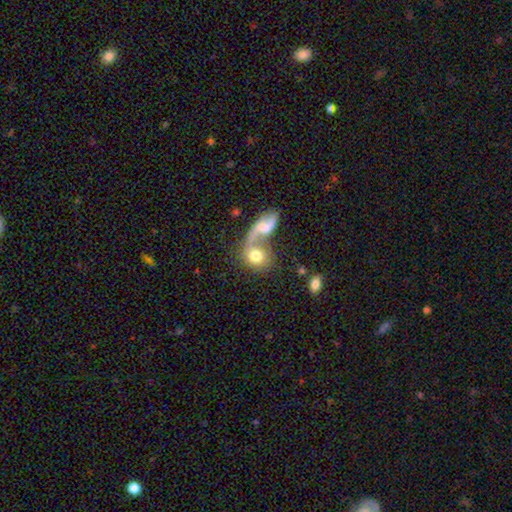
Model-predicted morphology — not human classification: A smooth galaxy with no disk features (65%) that is round (68%).

Vote fractions:
- Smooth or featured? smooth: 65% / featured or disk: 26% / star or artifact: 9%
- How rounded? round: 68% / in between: 30% / cigar-shaped: 2%
- Merging? merger: 57% / none: 26% / major disturbance: 9% / minor disturbance: 8%